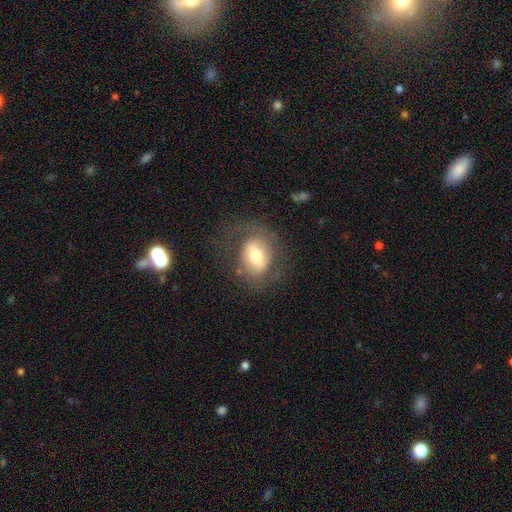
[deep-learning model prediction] Smooth or featured? Predicted: smooth (p=0.54). How rounded? Predicted: in between (p=0.61). Merging? Predicted: none (p=0.61).